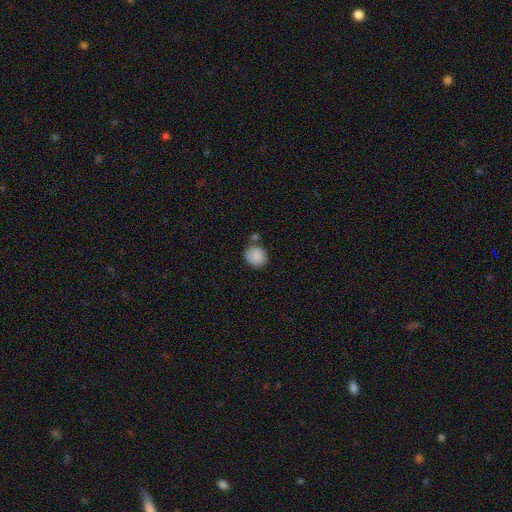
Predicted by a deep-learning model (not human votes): smooth-or-featured: smooth: 89% | star or artifact: 8% | featured or disk: 4%
  how-rounded: round: 80% | in between: 19% | cigar-shaped: 1%
  merging: none: 71% | minor disturbance: 13% | merger: 12% | major disturbance: 4%